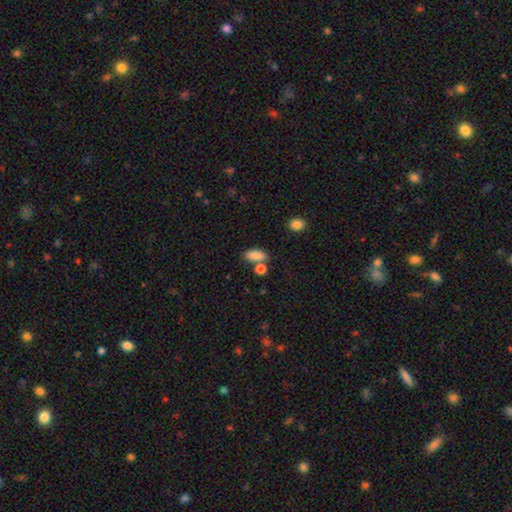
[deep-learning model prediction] smooth 85%, star or artifact 9%, featured or disk 6%. Down the decision tree: how rounded — in between (84%); merging — none (63%).